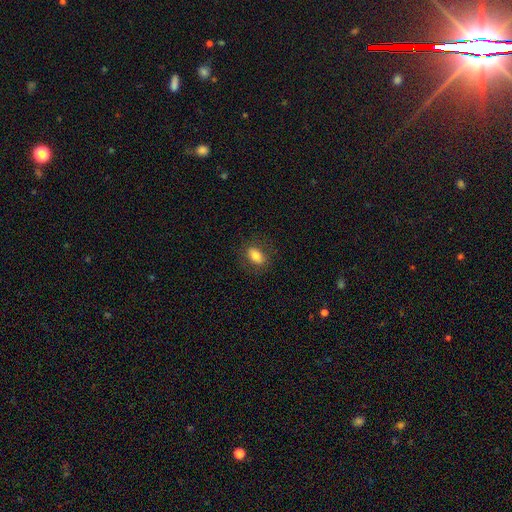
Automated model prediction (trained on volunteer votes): This appears to be a smooth galaxy with no disk features (79%) that is in between round and cigar-shaped (84%). Merging: none (83%).